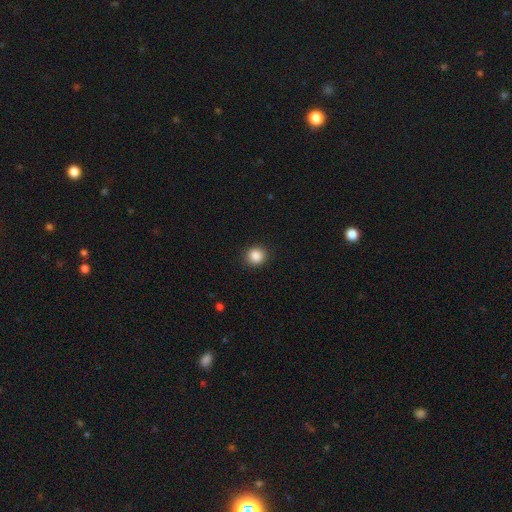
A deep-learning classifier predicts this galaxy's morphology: Smooth or featured? Predicted: smooth (p=0.87). How rounded? Predicted: round (p=0.88). Merging? Predicted: none (p=0.91).